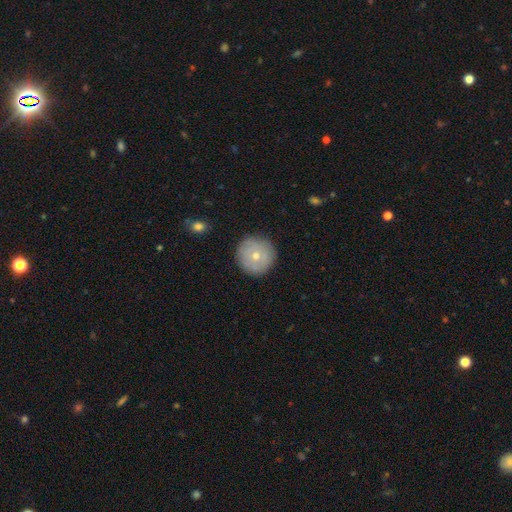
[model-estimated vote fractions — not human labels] This is likely a smooth galaxy (65%). How rounded: clearly round (96%). Merging: clearly none (89%).